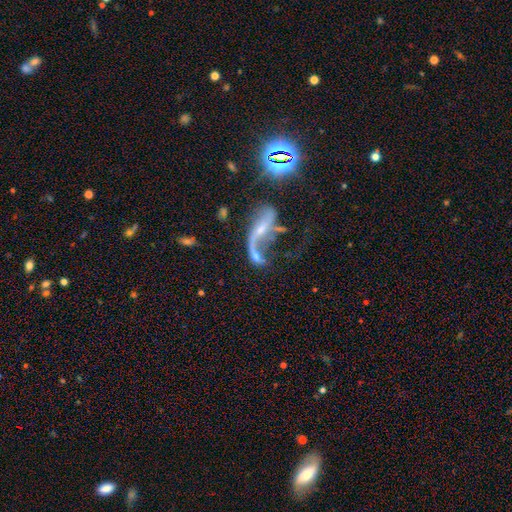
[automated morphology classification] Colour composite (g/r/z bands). It shows a featured or disk galaxy (68%) with no bar (46%), spiral arms (68%) and a small central bulge (51%). Merging: merger (30%).